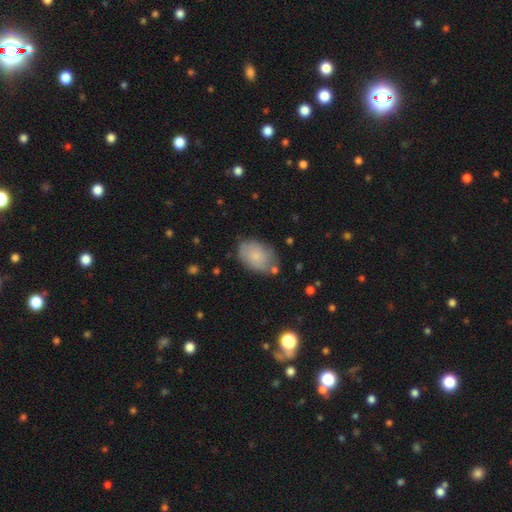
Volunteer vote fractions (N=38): Smooth or featured?
  - smooth: 87% *
  - featured or disk: 8%
  - star or artifact: 5%
How rounded?
  - in between: 91% *
  - round: 6%
  - cigar-shaped: 3%
Merging?
  - none: 72% *
  - minor disturbance: 17%
  - major disturbance: 11%
  - merger: 0%